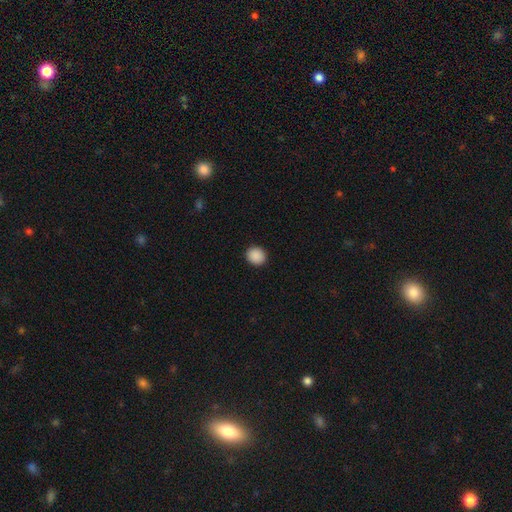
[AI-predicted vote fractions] smooth-or-featured: smooth: 90% | star or artifact: 8% | featured or disk: 2%
  how-rounded: round: 80% | in between: 19% | cigar-shaped: 1%
  merging: none: 92% | minor disturbance: 6% | major disturbance: 2% | merger: 1%